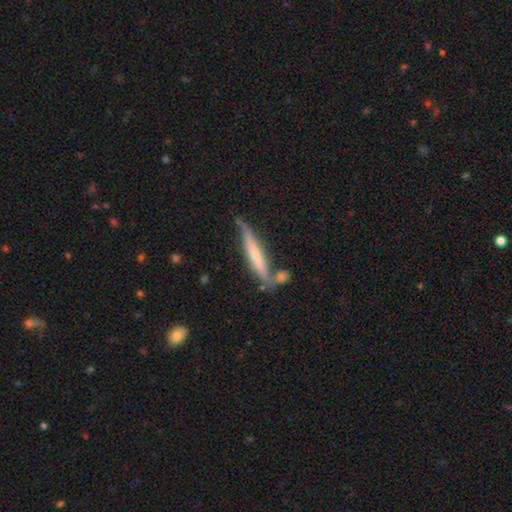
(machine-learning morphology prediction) The model was most divided on "smooth or featured": featured or disk: 49%, smooth: 44%, star or artifact: 6%. More confident: merging — none (56%).